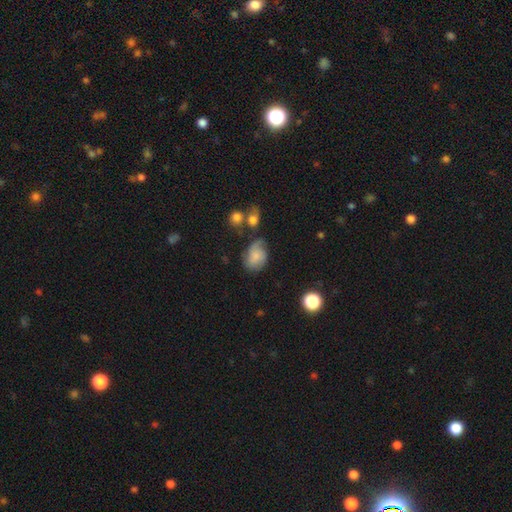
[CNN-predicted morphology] A smooth galaxy with no disk features (63%) that is in between round and cigar-shaped (75%).

Vote fractions:
- Smooth or featured? smooth: 63% / featured or disk: 27% / star or artifact: 10%
- How rounded? in between: 75% / round: 24% / cigar-shaped: 1%
- Merging? none: 48% / minor disturbance: 31% / major disturbance: 14% / merger: 7%